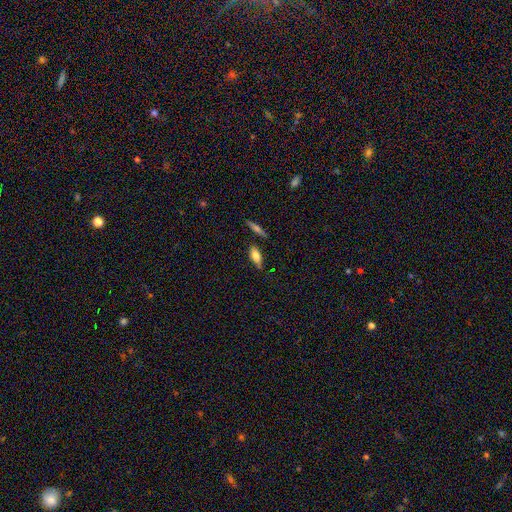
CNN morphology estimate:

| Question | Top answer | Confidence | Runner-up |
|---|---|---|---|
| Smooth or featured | smooth | 67% | featured or disk (24%) |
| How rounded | in between | 75% | cigar-shaped (22%) |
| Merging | none | 72% | minor disturbance (18%) |